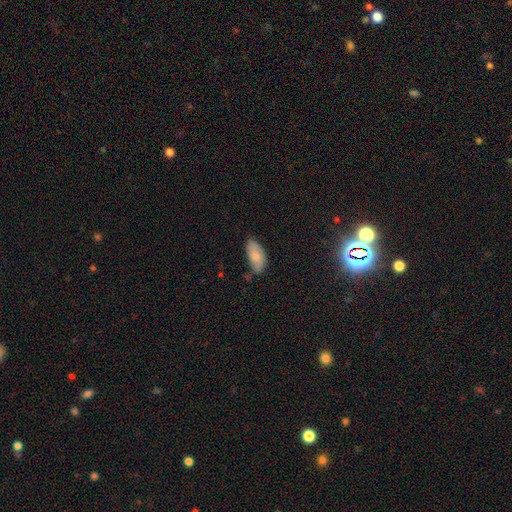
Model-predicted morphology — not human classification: smooth-or-featured: smooth: 78% | featured or disk: 15% | star or artifact: 7%
  how-rounded: in between: 92% | cigar-shaped: 6% | round: 2%
  merging: none: 57% | minor disturbance: 32% | major disturbance: 7% | merger: 5%